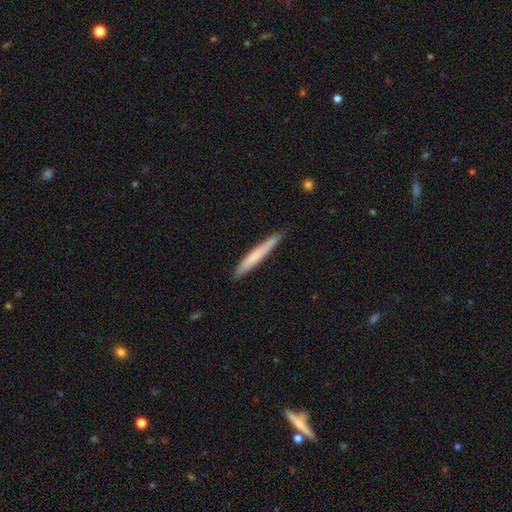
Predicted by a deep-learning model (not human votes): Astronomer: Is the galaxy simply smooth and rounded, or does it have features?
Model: smooth — 65%.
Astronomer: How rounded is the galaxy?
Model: cigar-shaped — 96%.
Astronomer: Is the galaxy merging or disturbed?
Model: none — 86%.